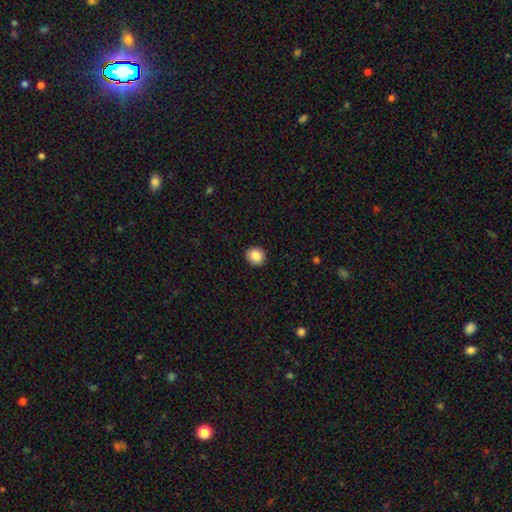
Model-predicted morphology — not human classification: The model was most divided on "how rounded": round: 82%, in between: 18%, cigar-shaped: 1%. More confident: merging — none (91%); smooth or featured — smooth (87%).